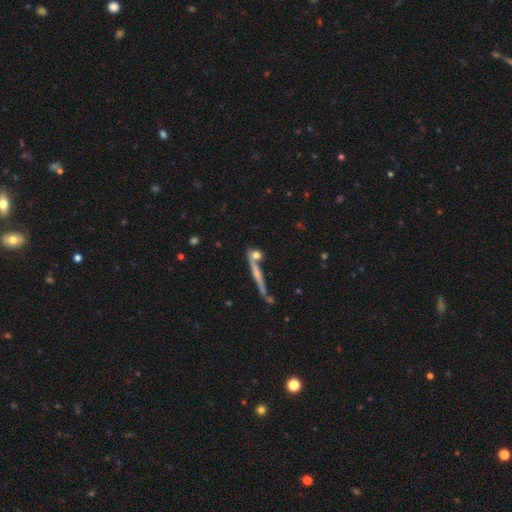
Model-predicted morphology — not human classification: A smooth galaxy with no disk features (55%) that is cigar-shaped (49%). Merging: none (62%).